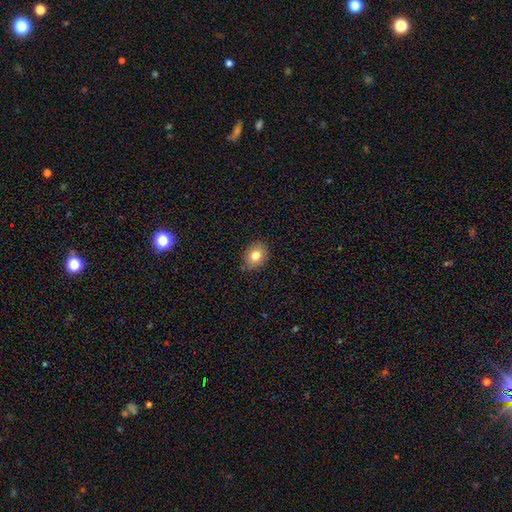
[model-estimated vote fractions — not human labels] smooth-or-featured: smooth: 80% | featured or disk: 10% | star or artifact: 10%
  how-rounded: in between: 57% | round: 42% | cigar-shaped: 1%
  merging: none: 84% | minor disturbance: 12% | major disturbance: 2% | merger: 1%